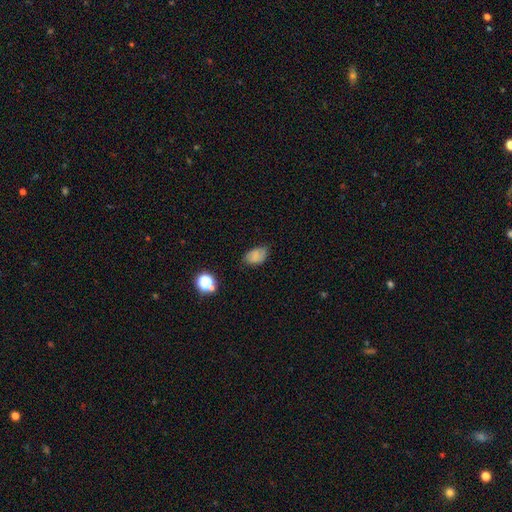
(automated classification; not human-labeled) Smooth or featured: smooth — 76% (star or artifact — 14%)
How rounded: in between — 82% (round — 16%)
Merging: none — 66% (minor disturbance — 26%)